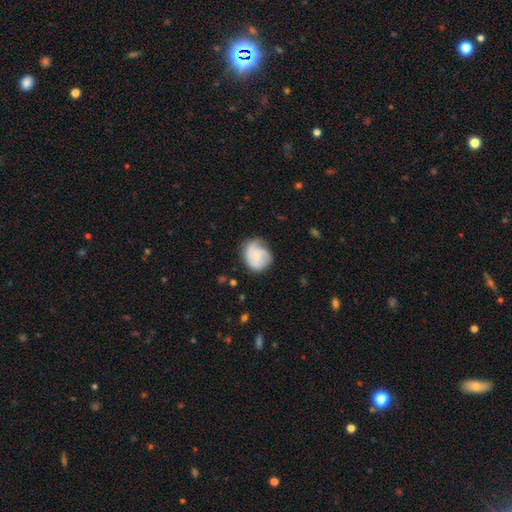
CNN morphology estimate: The model was most divided on "smooth or featured": featured or disk: 49%, smooth: 45%, star or artifact: 7%. More confident: merging — none (56%).